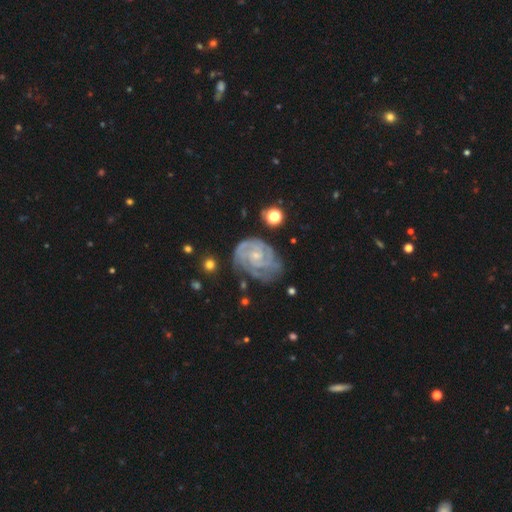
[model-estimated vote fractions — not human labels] Smooth or featured: featured or disk — 88% (smooth — 7%)
Edge-on disk: no — 98% (yes — 2%)
Bar: no — 66% (weak — 28%)
Spiral arms: yes — 97% (no — 3%)
Spiral winding: tight — 70% (medium — 25%)
Spiral arm count: 3 — 31% (2 — 29%)
Bulge size: small — 71% (moderate — 23%)
Merging: none — 64% (minor disturbance — 24%)